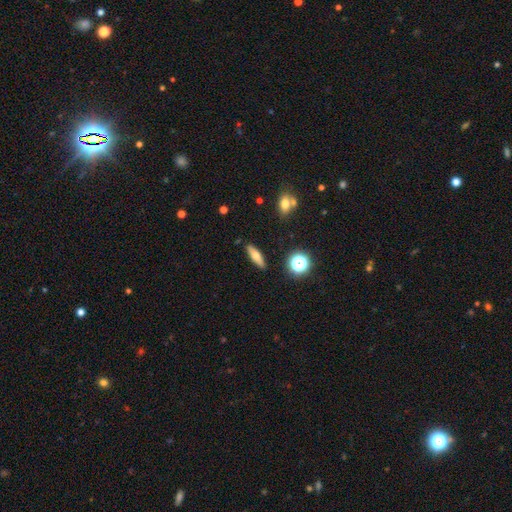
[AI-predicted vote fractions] Q: Smooth or featured?
A: smooth (57%); runner-up: featured or disk (33%)
Q: How rounded?
A: cigar-shaped (56%); runner-up: in between (38%)
Q: Merging?
A: none (88%); runner-up: minor disturbance (8%)